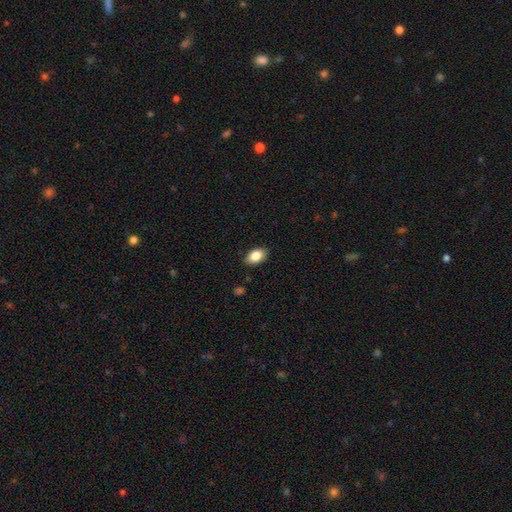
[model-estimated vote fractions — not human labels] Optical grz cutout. It shows a smooth galaxy with no disk features (84%) that is in between round and cigar-shaped (90%). Merging: none (87%).